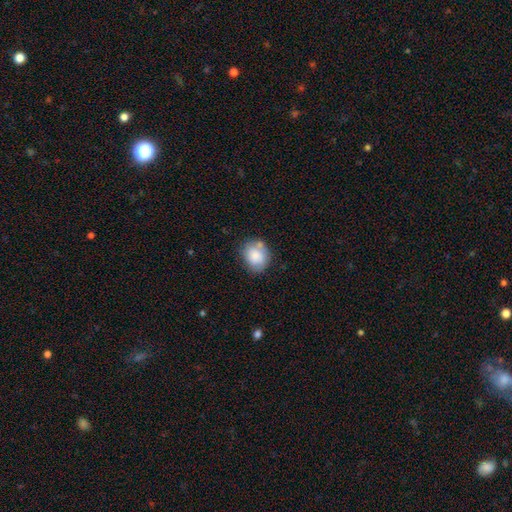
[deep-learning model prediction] Smooth or featured?
  - smooth: 80% *
  - featured or disk: 13%
  - star or artifact: 7%
How rounded?
  - round: 58% *
  - in between: 41%
  - cigar-shaped: 1%
Merging?
  - none: 64% *
  - minor disturbance: 22%
  - merger: 8%
  - major disturbance: 6%